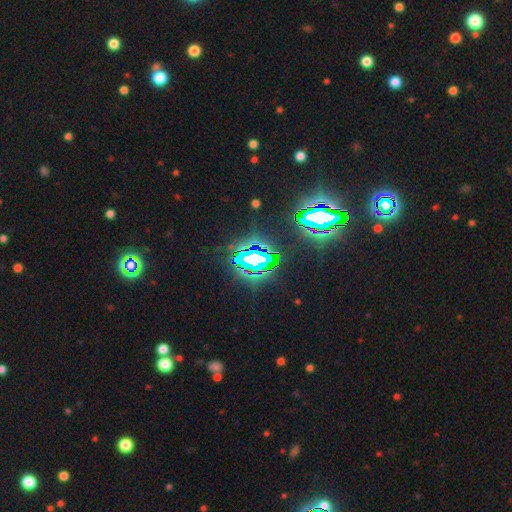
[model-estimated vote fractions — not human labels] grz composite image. It shows a star or artifact, not a galaxy (78%).